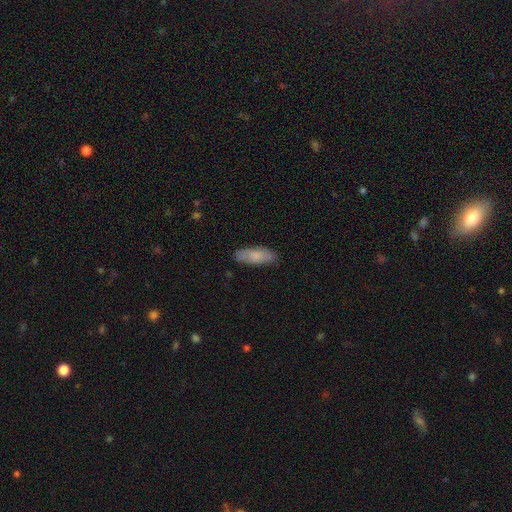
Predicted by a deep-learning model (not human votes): Smooth or featured? Predicted: smooth (p=0.79). How rounded? Predicted: in between (p=0.68). Merging? Predicted: none (p=0.83).